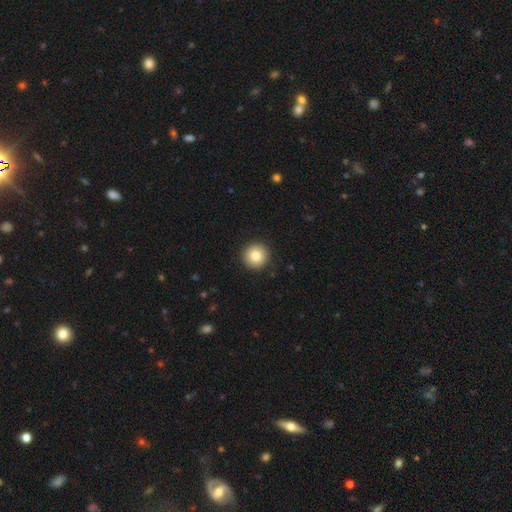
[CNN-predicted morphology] Smooth or featured? Predicted: smooth (p=0.82). How rounded? Predicted: round (p=0.95). Merging? Predicted: none (p=0.92).